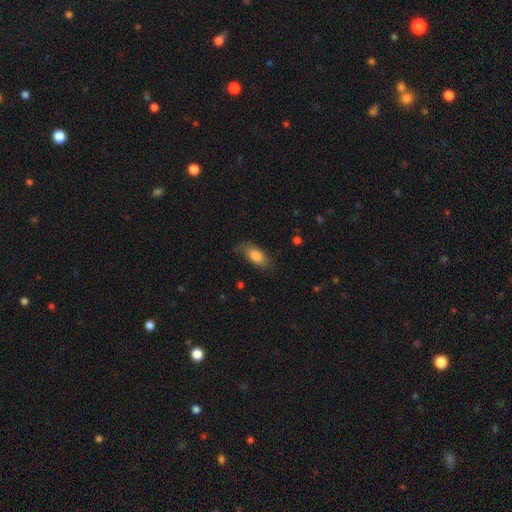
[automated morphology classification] type=smooth (81%); roundness=in between (87%); merging=none (70%).